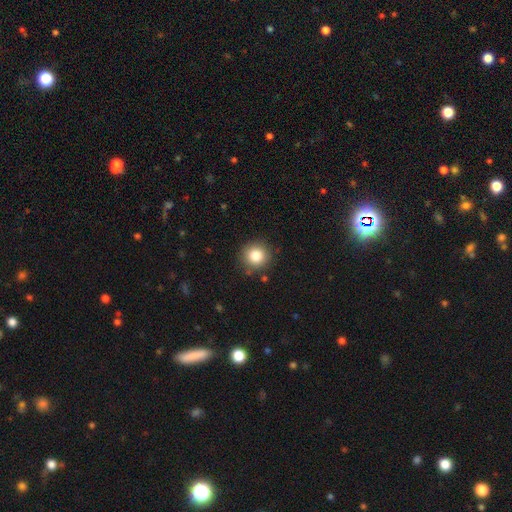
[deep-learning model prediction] smooth 83%, star or artifact 11%, featured or disk 6%. Down the decision tree: how rounded — round (93%); merging — none (89%).